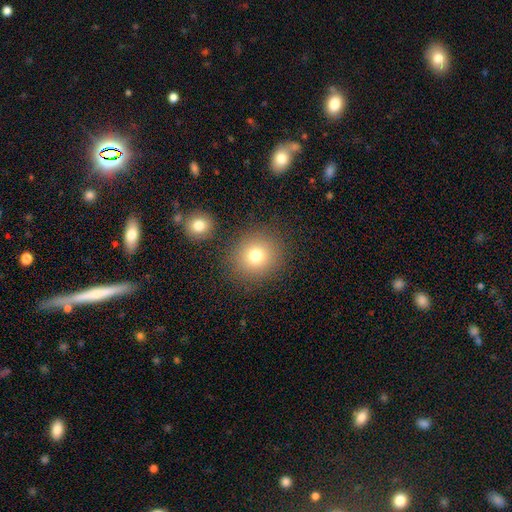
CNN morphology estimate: A smooth galaxy with no disk features (76%) that is round (88%).

Vote fractions:
- Smooth or featured? smooth: 76% / star or artifact: 14% / featured or disk: 10%
- How rounded? round: 88% / in between: 11% / cigar-shaped: 1%
- Merging? none: 84% / minor disturbance: 8% / merger: 5% / major disturbance: 3%